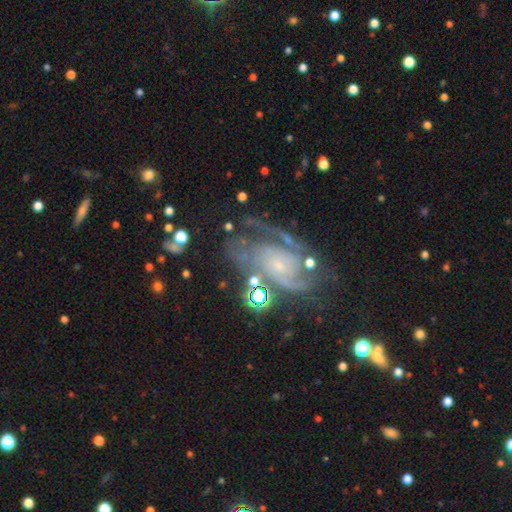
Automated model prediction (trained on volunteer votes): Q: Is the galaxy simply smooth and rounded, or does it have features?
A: featured or disk — 77%.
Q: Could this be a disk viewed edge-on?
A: no — 96%.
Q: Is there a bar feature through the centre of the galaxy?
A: no — 70%.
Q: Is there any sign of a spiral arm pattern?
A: yes — 94%.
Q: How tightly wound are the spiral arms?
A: tight — 58%.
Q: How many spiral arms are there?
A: can't tell — 32%.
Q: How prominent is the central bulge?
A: small — 72%.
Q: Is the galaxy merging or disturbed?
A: none — 66%.